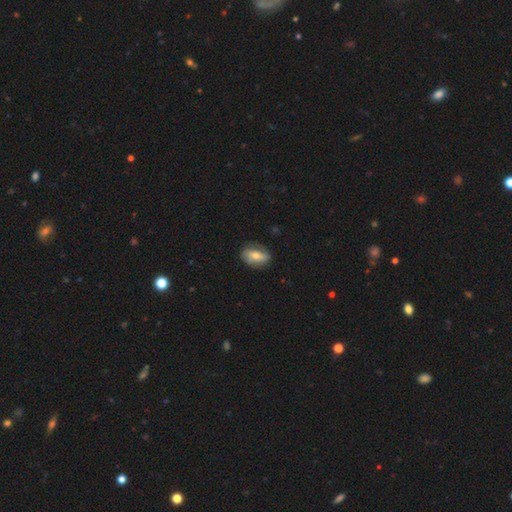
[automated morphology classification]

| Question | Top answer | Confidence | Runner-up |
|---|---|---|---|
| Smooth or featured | smooth | 47% | featured or disk (46%) |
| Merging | none | 75% | minor disturbance (19%) |